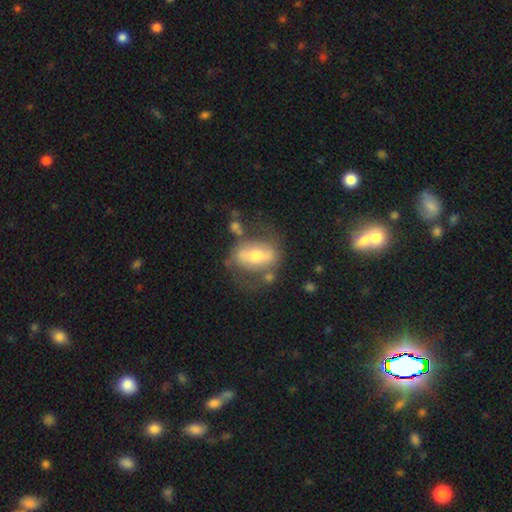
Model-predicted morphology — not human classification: featured or disk 55%, smooth 38%, star or artifact 7%. Down the decision tree: edge-on disk — no (87%); merging — none (53%).